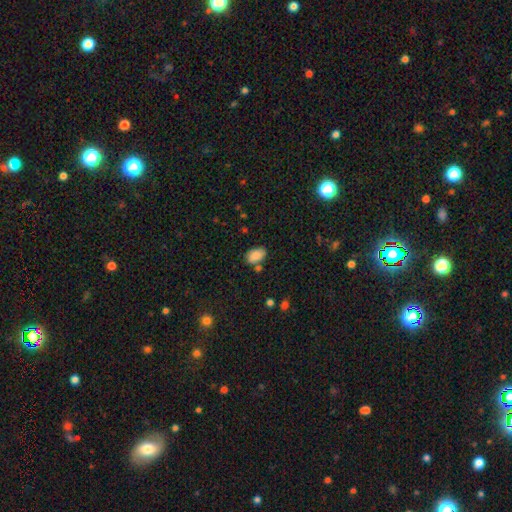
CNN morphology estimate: Smooth or featured?
  - smooth: 87% *
  - star or artifact: 8%
  - featured or disk: 4%
How rounded?
  - in between: 91% *
  - round: 8%
  - cigar-shaped: 1%
Merging?
  - none: 71% *
  - minor disturbance: 17%
  - merger: 9%
  - major disturbance: 4%